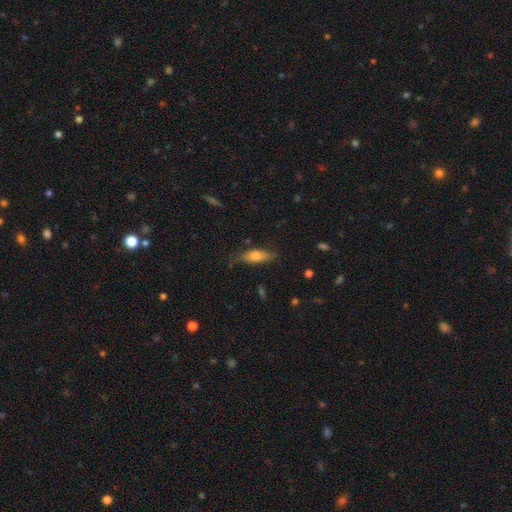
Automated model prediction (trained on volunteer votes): Morphology: type=smooth (69%); roundness=in between (62%); merging=none (72%).